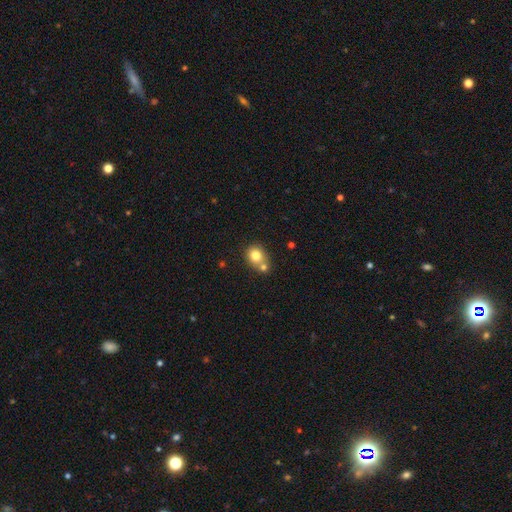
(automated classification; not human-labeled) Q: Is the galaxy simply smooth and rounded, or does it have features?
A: smooth — 78%.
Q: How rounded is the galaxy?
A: round — 70%.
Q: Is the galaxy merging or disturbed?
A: none — 47%.